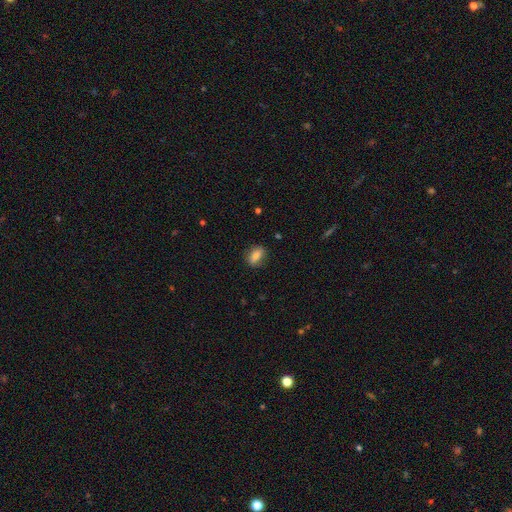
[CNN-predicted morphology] A smooth galaxy with no disk features (79%) that is in between round and cigar-shaped (81%).

Vote fractions:
- Smooth or featured? smooth: 79% / featured or disk: 13% / star or artifact: 8%
- How rounded? in between: 81% / round: 13% / cigar-shaped: 6%
- Merging? none: 82% / minor disturbance: 13% / major disturbance: 3% / merger: 1%